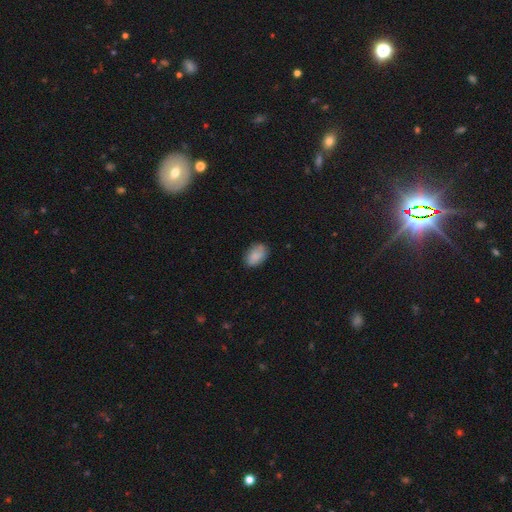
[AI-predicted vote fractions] smooth 83%, featured or disk 9%, star or artifact 7%. Down the decision tree: how rounded — in between (86%); merging — none (74%).